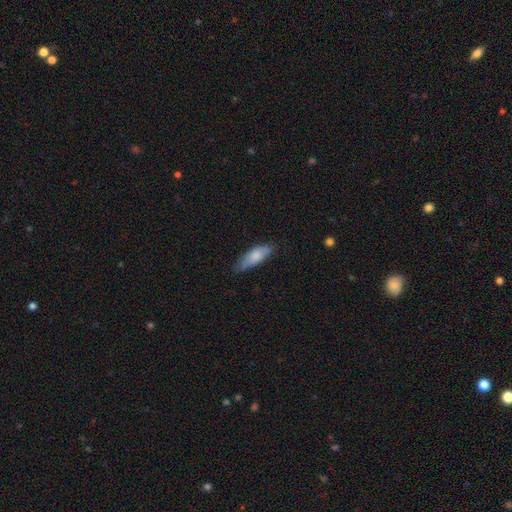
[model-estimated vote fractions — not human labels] Morphology: type=smooth (77%); roundness=in between (64%); merging=none (67%).